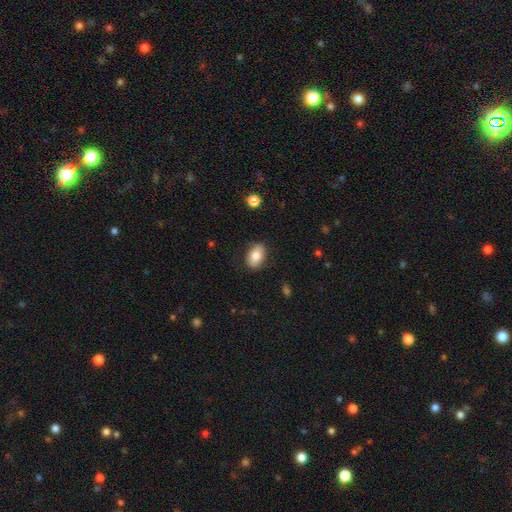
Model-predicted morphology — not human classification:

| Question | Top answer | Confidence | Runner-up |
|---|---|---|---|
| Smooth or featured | smooth | 79% | featured or disk (13%) |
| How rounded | in between | 84% | round (15%) |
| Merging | none | 85% | minor disturbance (11%) |